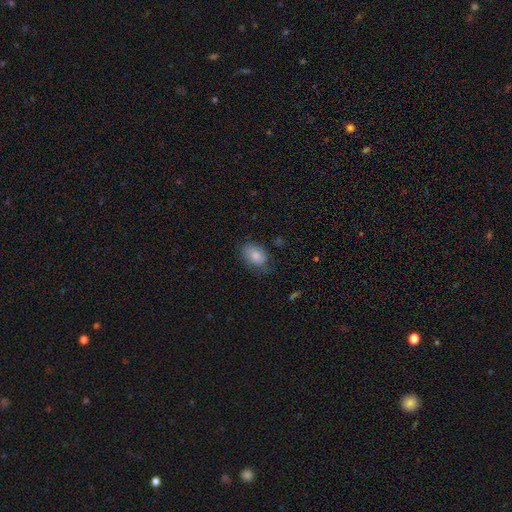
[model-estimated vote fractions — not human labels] The model was most divided on "merging": none: 62%, minor disturbance: 27%, major disturbance: 9%, merger: 1%. More confident: how rounded — in between (81%); smooth or featured — smooth (72%).